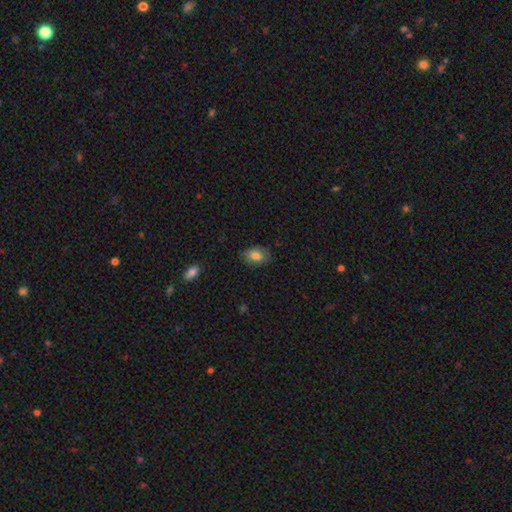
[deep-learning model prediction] Overall: smooth (82%). How rounded: in between (82%). Merging: none (81%).